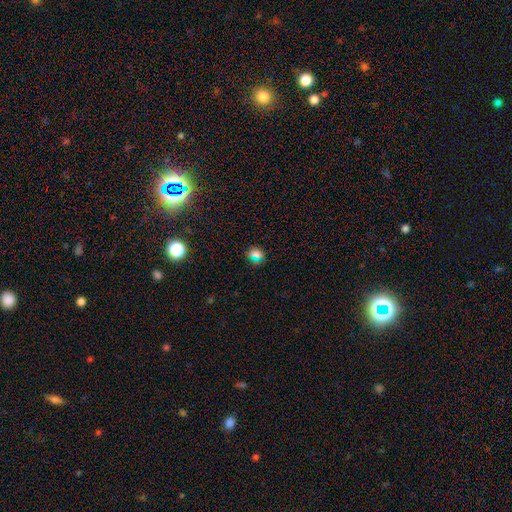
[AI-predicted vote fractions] A smooth galaxy with no disk features (63%) that is round (66%).

Vote fractions:
- Smooth or featured? smooth: 63% / star or artifact: 29% / featured or disk: 8%
- How rounded? round: 66% / in between: 31% / cigar-shaped: 3%
- Merging? none: 83% / minor disturbance: 10% / major disturbance: 4% / merger: 3%